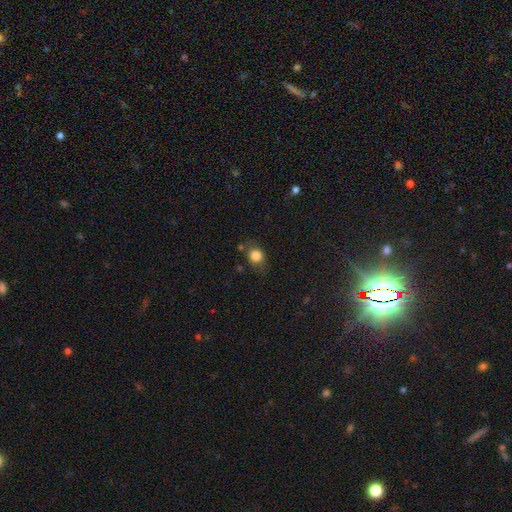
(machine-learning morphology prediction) Overall: smooth (80%). How rounded: round (64%; in between 34%). Merging: none (70%).